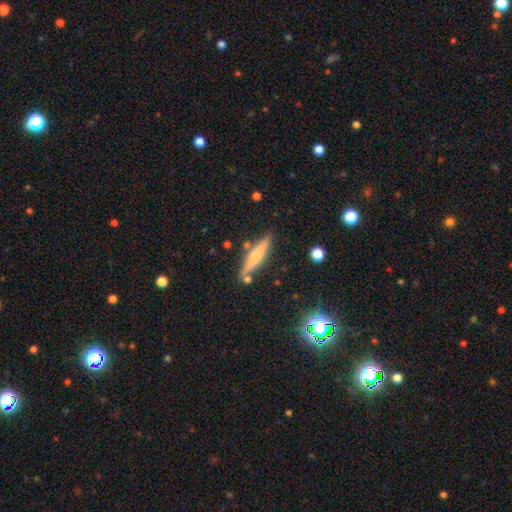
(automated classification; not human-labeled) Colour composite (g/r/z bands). It shows a smooth galaxy with no disk features (51%) that is cigar-shaped (85%). Merging: none (78%).